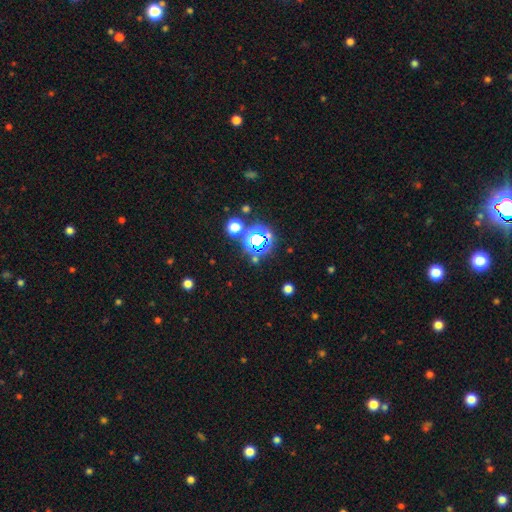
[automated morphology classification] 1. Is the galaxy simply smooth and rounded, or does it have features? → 70% star or artifact, 21% smooth, 9% featured or disk.